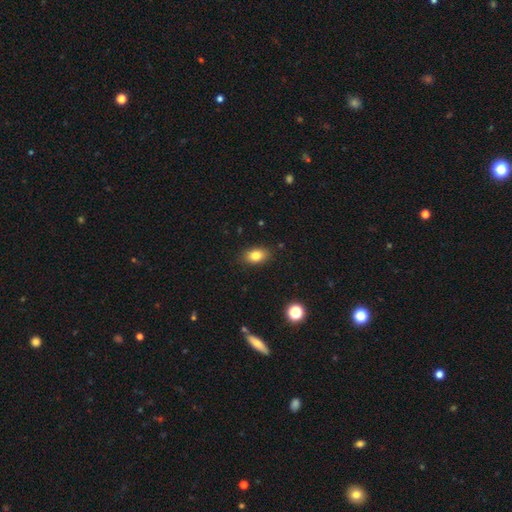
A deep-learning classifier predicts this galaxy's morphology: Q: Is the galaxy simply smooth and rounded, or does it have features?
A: smooth — 81%.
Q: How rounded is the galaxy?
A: in between — 86%.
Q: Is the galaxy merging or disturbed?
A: none — 87%.